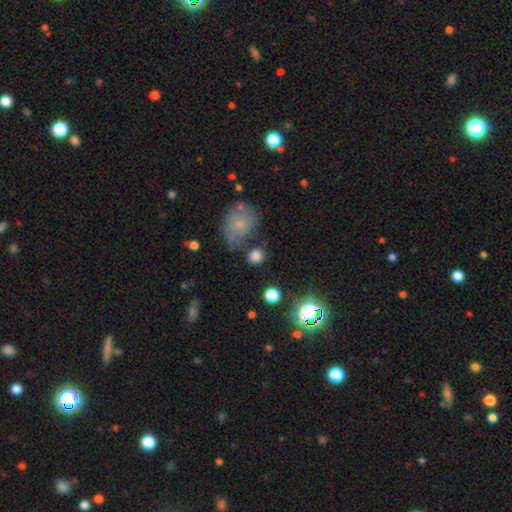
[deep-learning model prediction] Smooth or featured: smooth — 80% (star or artifact — 13%)
How rounded: round — 79% (in between — 20%)
Merging: none — 72% (minor disturbance — 13%)